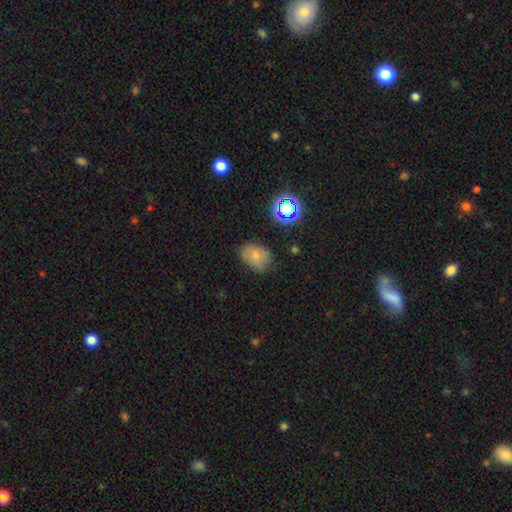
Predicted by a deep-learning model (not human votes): This is likely a smooth galaxy (67%). How rounded: likely in between (71%). Merging: likely none (68%).